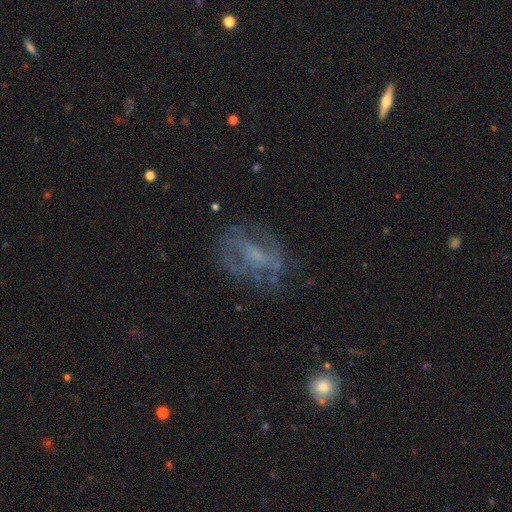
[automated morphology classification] This is likely a featured or disk galaxy (67%). It is clearly not viewed edge-on (95%). Bar: marginally no (43%, tied with weak). Spiral arm pattern: likely yes (67%). Central bulge: possibly small (46%). Merging: likely none (63%).